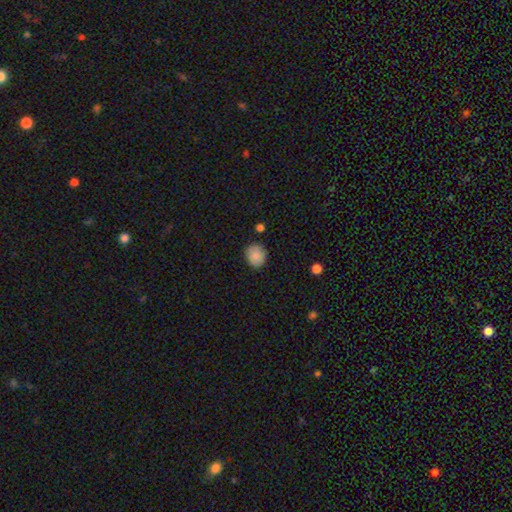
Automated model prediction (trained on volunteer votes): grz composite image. It shows a smooth galaxy with no disk features (86%) that is round (80%). Merging: none (83%).